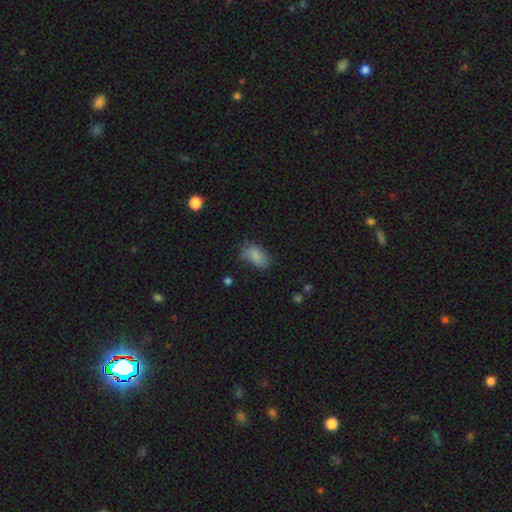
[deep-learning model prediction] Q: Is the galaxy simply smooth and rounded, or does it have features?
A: smooth — 77%.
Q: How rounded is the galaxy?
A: in between — 91%.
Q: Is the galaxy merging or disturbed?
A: none — 55%.